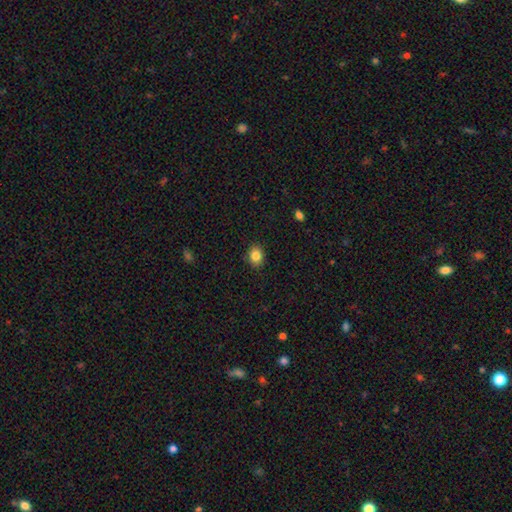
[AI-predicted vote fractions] This is clearly a smooth galaxy (85%). How rounded: possibly in between (50%). Merging: clearly none (89%).